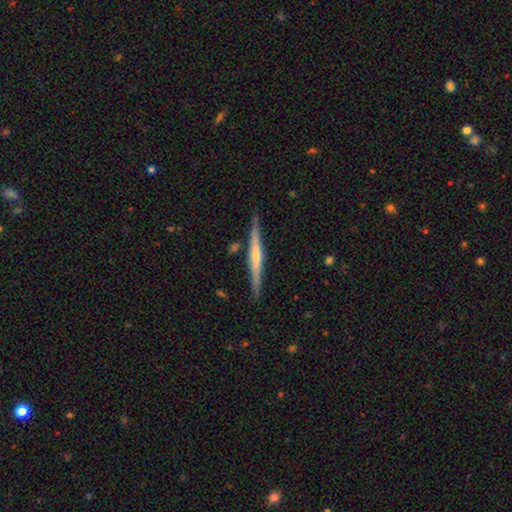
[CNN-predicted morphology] Smooth or featured?
  - featured or disk: 63% *
  - smooth: 31%
  - star or artifact: 5%
Edge-on disk?
  - yes: 97% *
  - no: 3%
Edge-on bulge?
  - none: 45% *
  - rounded: 44%
  - boxy: 11%
Merging?
  - none: 87% *
  - minor disturbance: 9%
  - merger: 2%
  - major disturbance: 2%